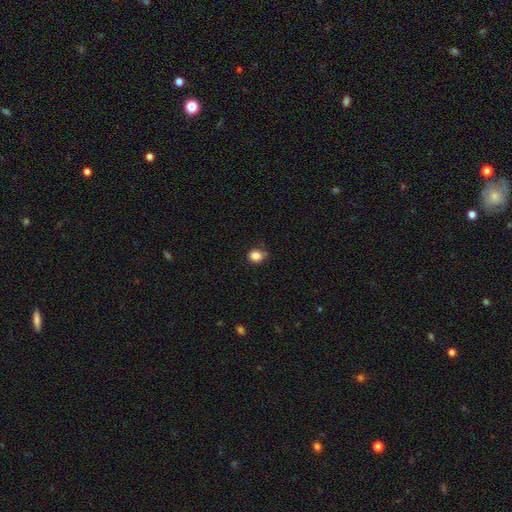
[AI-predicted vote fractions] smooth_or_featured: smooth (p=0.86) [alt: star or artifact p=0.10]
how_rounded: round (p=0.69) [alt: in between p=0.30]
merging: none (p=0.69) [alt: minor disturbance p=0.24]